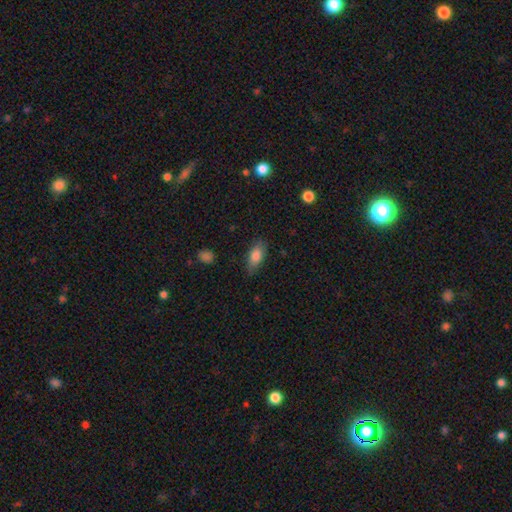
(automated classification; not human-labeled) Smooth or featured? smooth (81%)
How rounded? in between (84%)
Merging? none (79%)